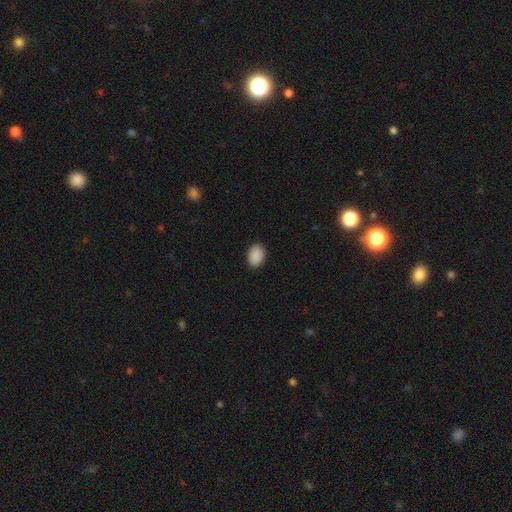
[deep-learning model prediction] A smooth galaxy with no disk features (90%) that is in between round and cigar-shaped (82%).

Vote fractions:
- Smooth or featured? smooth: 90% / star or artifact: 7% / featured or disk: 2%
- How rounded? in between: 82% / round: 17% / cigar-shaped: 1%
- Merging? none: 88% / minor disturbance: 9% / major disturbance: 2% / merger: 1%